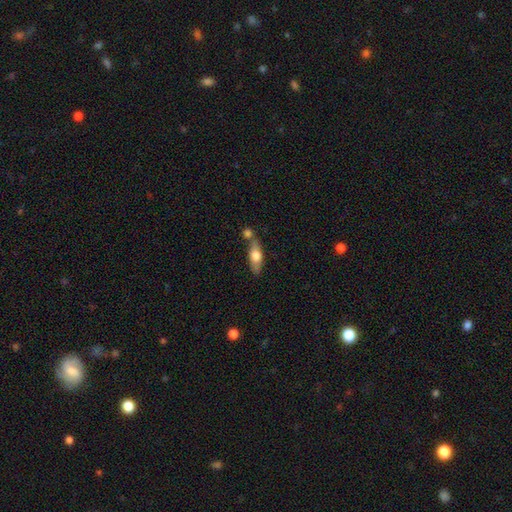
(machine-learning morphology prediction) Q: Smooth or featured?
A: smooth (58%); runner-up: featured or disk (36%)
Q: How rounded?
A: in between (56%); runner-up: cigar-shaped (40%)
Q: Merging?
A: none (59%); runner-up: merger (24%)